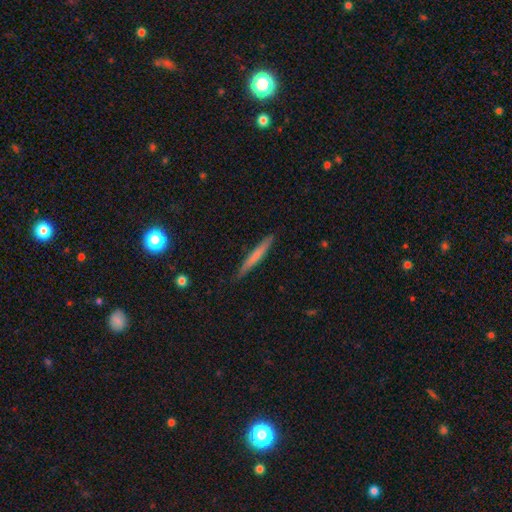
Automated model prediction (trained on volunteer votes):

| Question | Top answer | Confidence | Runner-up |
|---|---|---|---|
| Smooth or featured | smooth | 60% | featured or disk (34%) |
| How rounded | cigar-shaped | 96% | in between (3%) |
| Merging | none | 88% | minor disturbance (9%) |